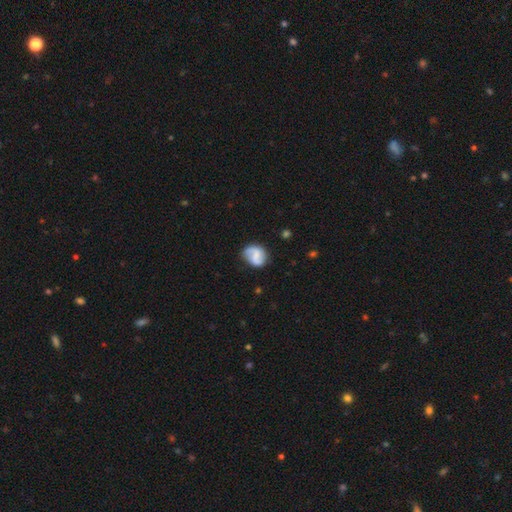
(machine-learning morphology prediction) The model was most divided on "bar": weak: 44%, no: 33%, strong: 23%. Remaining: edge-on disk — no (98%); spiral arms — yes (88%); spiral arm count — 2 (77%); merging — none (69%); smooth or featured — featured or disk (62%); spiral winding — loose (47%); bulge size — none (44%).